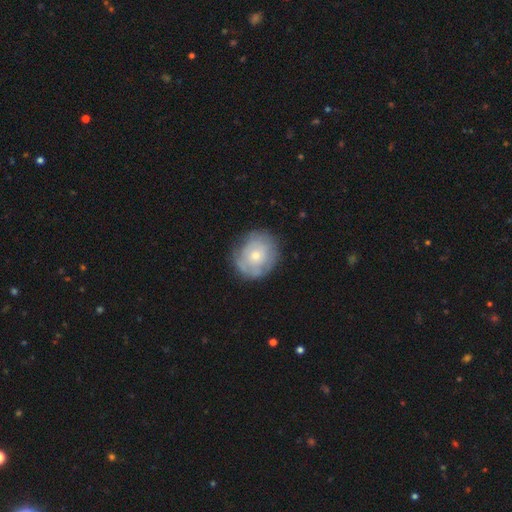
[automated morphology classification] Overall: smooth (53%; featured or disk 41%). How rounded: round (76%). Merging: none (71%).